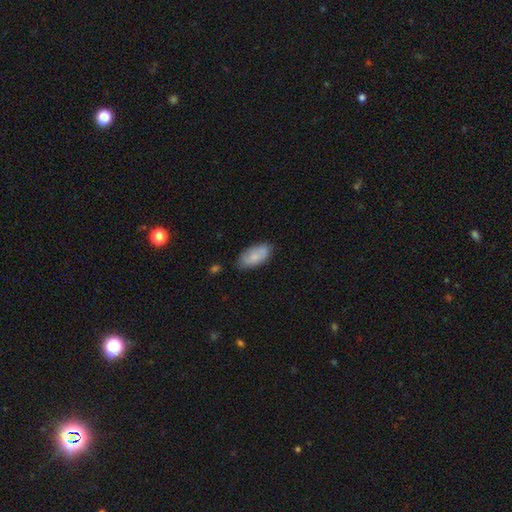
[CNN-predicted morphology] Smooth or featured? smooth (72%)
How rounded? in between (93%)
Merging? none (75%)